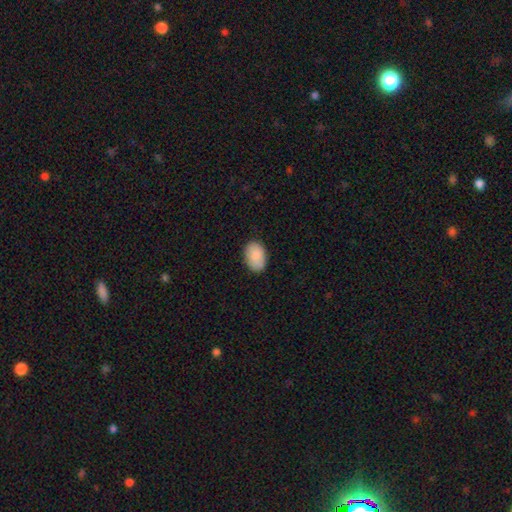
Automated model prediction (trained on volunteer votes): Q: Smooth or featured?
A: smooth (89%); runner-up: star or artifact (6%)
Q: How rounded?
A: in between (87%); runner-up: round (12%)
Q: Merging?
A: none (84%); runner-up: minor disturbance (13%)